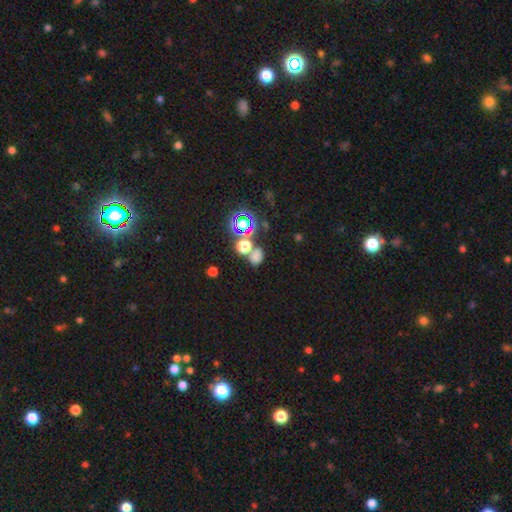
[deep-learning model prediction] Overall: smooth (62%; star or artifact 31%). How rounded: round (53%; in between 45%). Merging: none (56%; merger 26%).